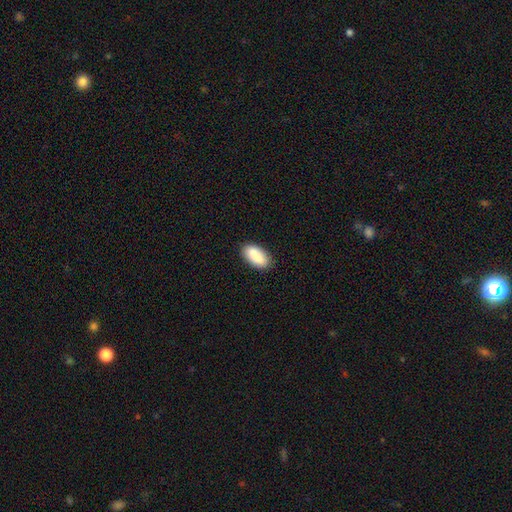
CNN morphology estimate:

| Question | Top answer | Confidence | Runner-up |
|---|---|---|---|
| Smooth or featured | smooth | 89% | star or artifact (6%) |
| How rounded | in between | 91% | cigar-shaped (6%) |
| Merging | none | 86% | minor disturbance (10%) |